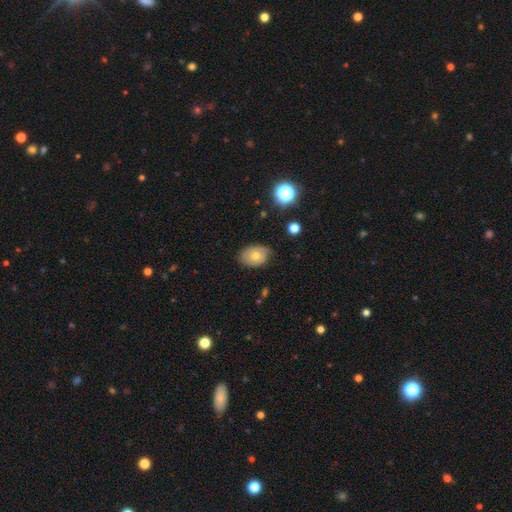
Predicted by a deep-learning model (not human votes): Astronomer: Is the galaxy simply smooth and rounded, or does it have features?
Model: smooth — 69%.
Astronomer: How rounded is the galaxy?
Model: in between — 76%.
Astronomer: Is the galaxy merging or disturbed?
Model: none — 71%.